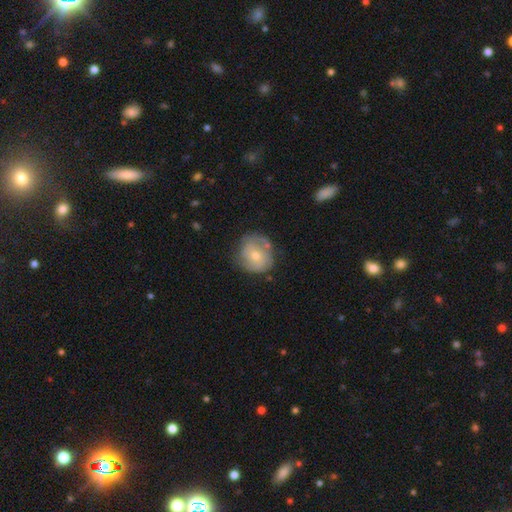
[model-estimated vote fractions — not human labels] A smooth galaxy with no disk features (47%). Merging: none (61%).